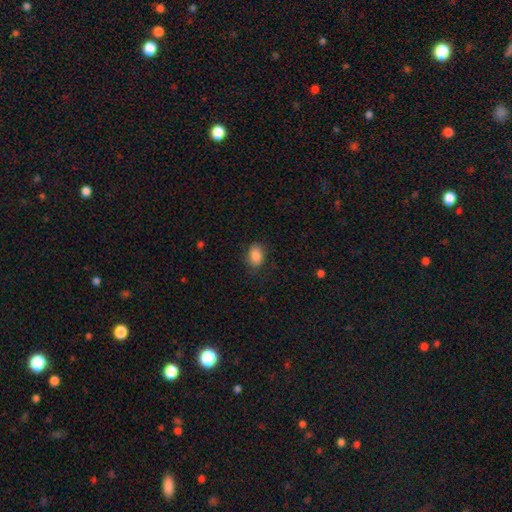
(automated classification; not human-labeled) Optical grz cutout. It shows a smooth galaxy with no disk features (87%) that is in between round and cigar-shaped (79%). Merging: none (78%).